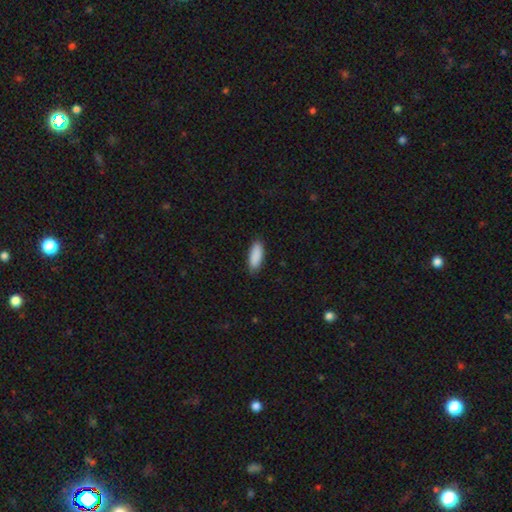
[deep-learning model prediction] Q: Smooth or featured?
A: smooth (91%); runner-up: star or artifact (6%)
Q: How rounded?
A: in between (73%); runner-up: cigar-shaped (25%)
Q: Merging?
A: none (86%); runner-up: minor disturbance (11%)